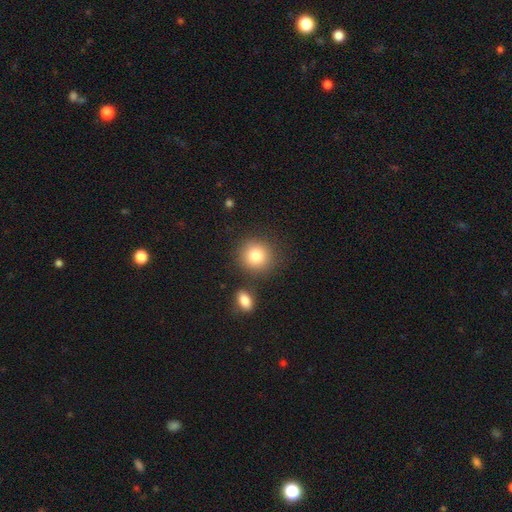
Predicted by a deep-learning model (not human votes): A smooth galaxy with no disk features (82%) that is round (89%).

Vote fractions:
- Smooth or featured? smooth: 82% / star or artifact: 9% / featured or disk: 8%
- How rounded? round: 89% / in between: 10% / cigar-shaped: 1%
- Merging? none: 81% / minor disturbance: 8% / merger: 8% / major disturbance: 3%